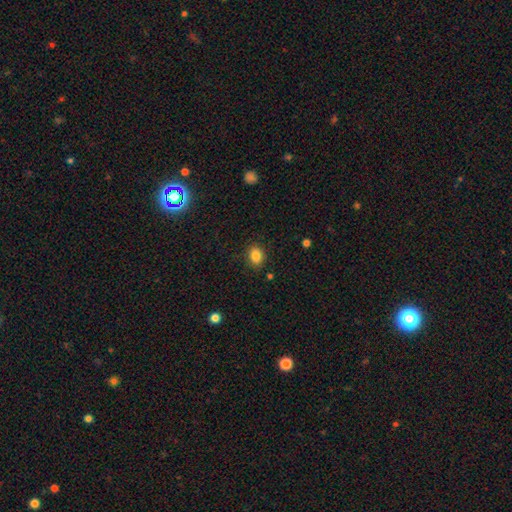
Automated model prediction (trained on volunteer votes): Q: Smooth or featured?
A: smooth (85%); runner-up: star or artifact (10%)
Q: How rounded?
A: in between (63%); runner-up: round (36%)
Q: Merging?
A: none (87%); runner-up: minor disturbance (9%)